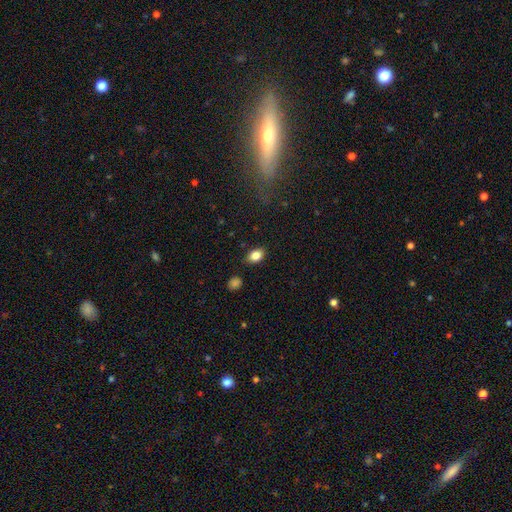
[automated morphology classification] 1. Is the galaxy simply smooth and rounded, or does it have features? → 84% smooth, 9% star or artifact, 8% featured or disk.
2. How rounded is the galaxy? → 80% in between, 18% round, 2% cigar-shaped.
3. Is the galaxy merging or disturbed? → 85% none, 11% minor disturbance, 2% major disturbance, 2% merger.